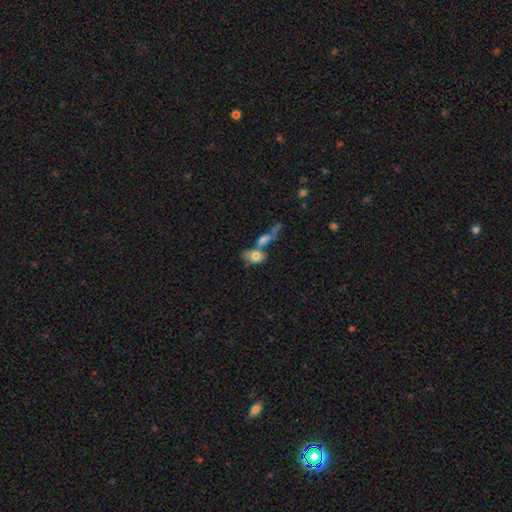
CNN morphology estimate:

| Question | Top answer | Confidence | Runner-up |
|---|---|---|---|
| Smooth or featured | smooth | 68% | featured or disk (23%) |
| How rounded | in between | 74% | round (22%) |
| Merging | merger | 58% | none (22%) |